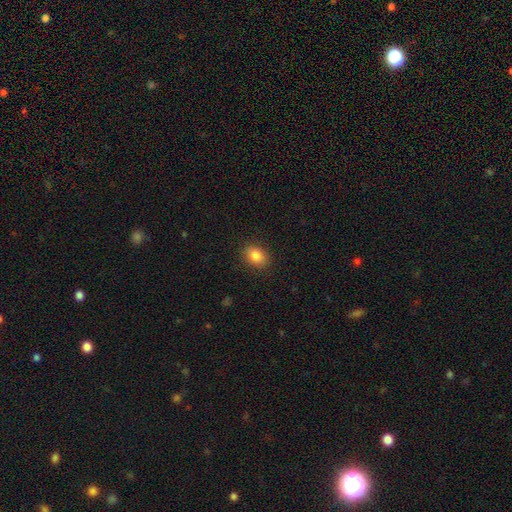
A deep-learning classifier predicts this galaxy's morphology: Smooth or featured: smooth — 85% (star or artifact — 9%)
How rounded: in between — 70% (round — 28%)
Merging: none — 89% (minor disturbance — 8%)